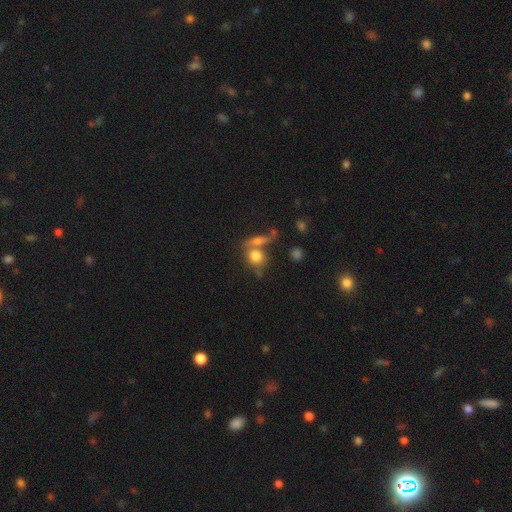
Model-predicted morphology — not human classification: Overall: smooth (76%). How rounded: round (64%; in between 32%). Merging: none (43%; merger 40%).